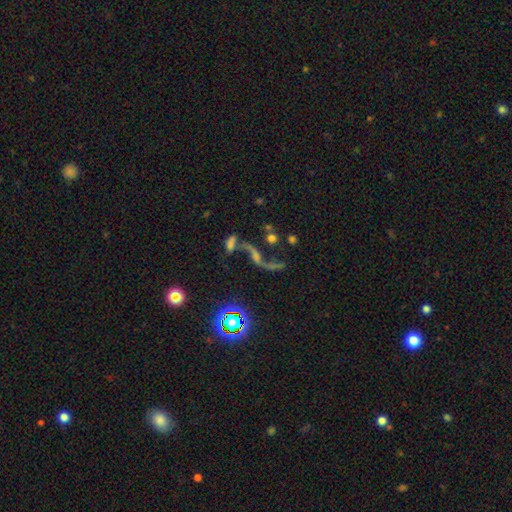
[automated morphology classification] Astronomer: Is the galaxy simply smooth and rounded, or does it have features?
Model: featured or disk — 63%.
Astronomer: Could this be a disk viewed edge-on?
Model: no — 90%.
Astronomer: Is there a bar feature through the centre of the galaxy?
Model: no — 61%.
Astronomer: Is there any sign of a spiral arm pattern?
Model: yes — 78%.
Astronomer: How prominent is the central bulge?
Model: none — 38% (runner-up: small, 32%).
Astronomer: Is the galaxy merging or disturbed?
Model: none — 37% (runner-up: merger, 34%).